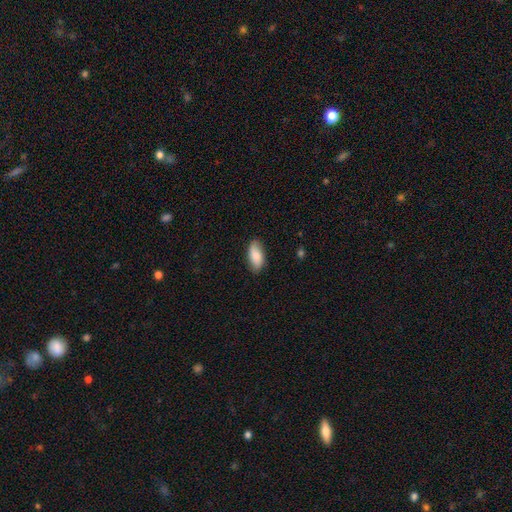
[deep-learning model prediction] A smooth galaxy with no disk features (82%) that is in between round and cigar-shaped (88%). Merging: none (83%).